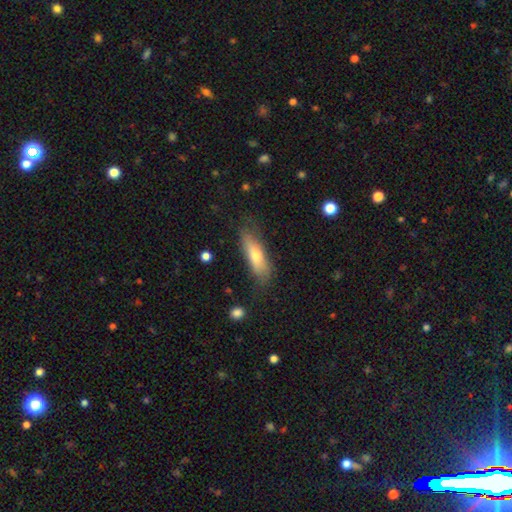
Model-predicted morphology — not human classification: The model was most divided on "how rounded": cigar-shaped: 54%, in between: 43%, round: 2%. More confident: merging — none (70%); smooth or featured — smooth (62%).